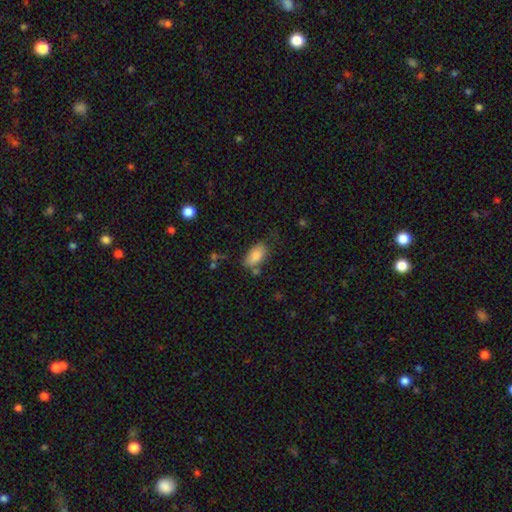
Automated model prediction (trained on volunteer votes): This appears to be a smooth galaxy with no disk features (84%) that is in between round and cigar-shaped (93%). Merging: none (60%).